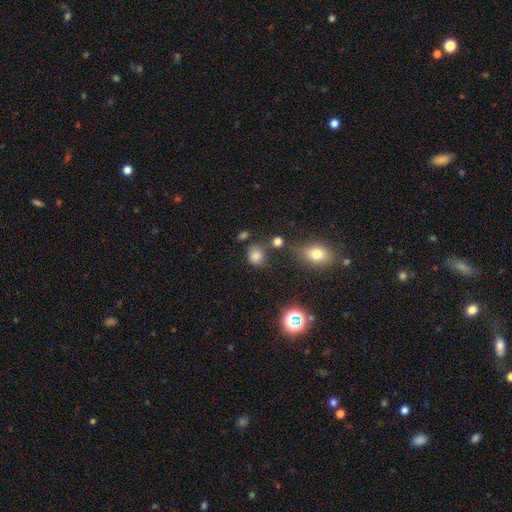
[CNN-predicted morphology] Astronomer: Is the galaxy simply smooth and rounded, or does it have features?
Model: smooth — 78%.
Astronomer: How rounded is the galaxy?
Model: round — 72%.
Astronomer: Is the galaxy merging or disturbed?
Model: none — 69%.